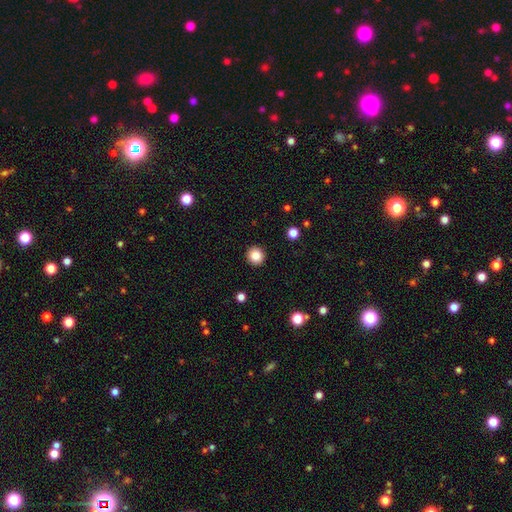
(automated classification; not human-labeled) Q: Smooth or featured?
A: smooth (86%); runner-up: star or artifact (10%)
Q: How rounded?
A: round (93%); runner-up: in between (6%)
Q: Merging?
A: none (92%); runner-up: minor disturbance (5%)